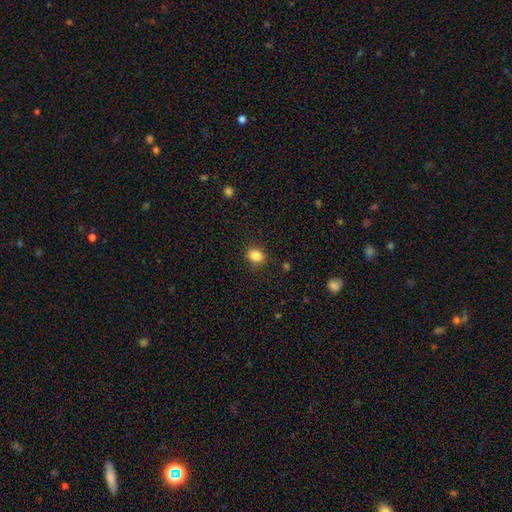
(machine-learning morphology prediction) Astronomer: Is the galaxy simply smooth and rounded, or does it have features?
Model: smooth — 85%.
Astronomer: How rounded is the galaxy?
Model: round — 51% (runner-up: in between, 48%).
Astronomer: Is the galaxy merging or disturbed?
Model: none — 87%.